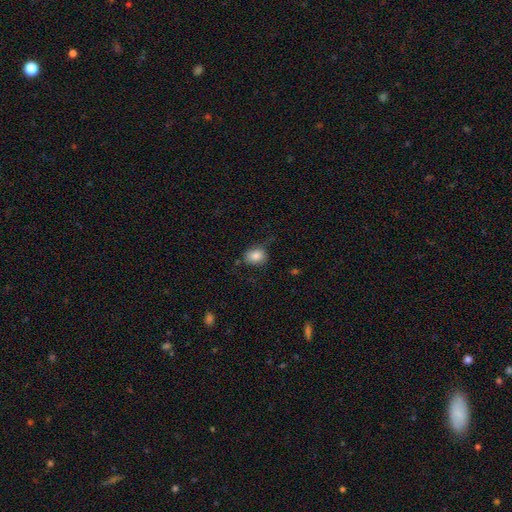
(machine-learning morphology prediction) type=smooth (82%); roundness=in between (51%); merging=none (65%).